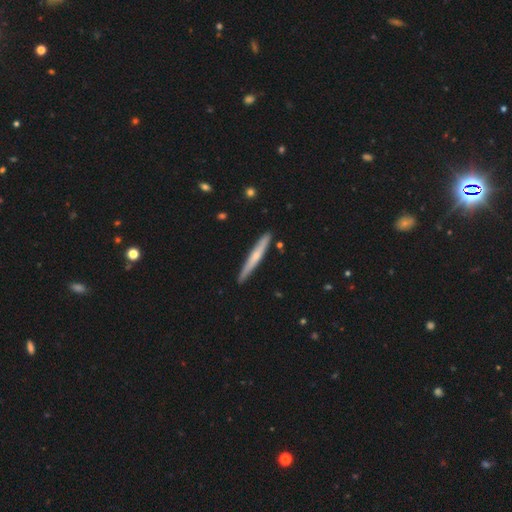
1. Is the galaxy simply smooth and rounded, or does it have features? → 53% smooth, 47% featured or disk, 0% star or artifact.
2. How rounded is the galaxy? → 100% cigar-shaped, 0% round, 0% in between.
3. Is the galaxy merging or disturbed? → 87% none, 11% minor disturbance, 3% major disturbance, 0% merger.